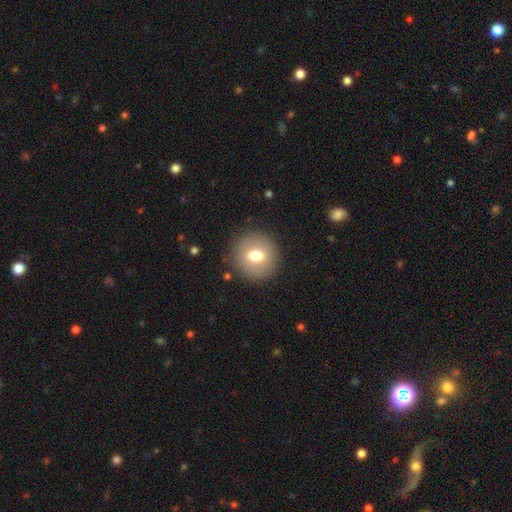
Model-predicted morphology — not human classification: smooth 71%, featured or disk 19%, star or artifact 9%. Down the decision tree: how rounded — round (91%); merging — none (88%).